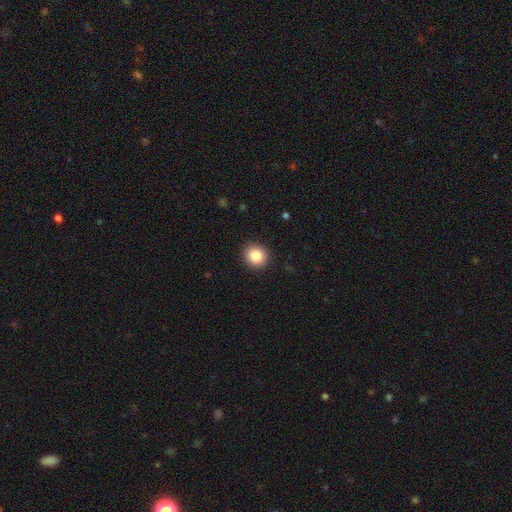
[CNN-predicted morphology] This is clearly a smooth galaxy (86%). How rounded: clearly round (84%). Merging: clearly none (91%).